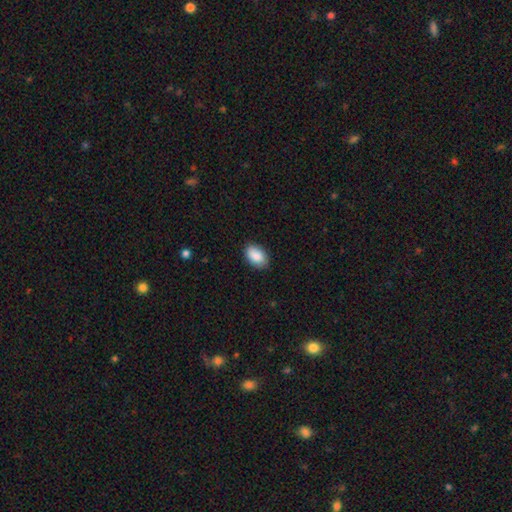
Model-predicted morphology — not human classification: A smooth galaxy with no disk features (88%) that is in between round and cigar-shaped (92%). Merging: none (85%).